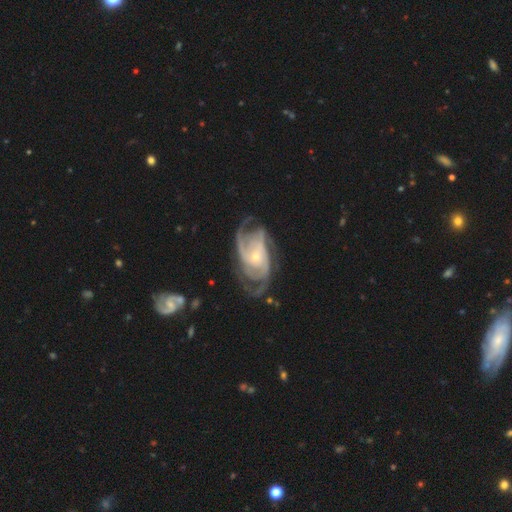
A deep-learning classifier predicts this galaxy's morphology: The model was most divided on "spiral arm count" (2-way tie): 3: 29%, 2: 29%, can't tell: 17%, 4: 13%, more than 4: 6%, 1: 6%. Remaining: edge-on disk — no (97%); spiral arms — yes (97%); smooth or featured — featured or disk (90%); bar — no (66%); bulge size — small (65%); merging — none (60%); spiral winding — medium (45%).